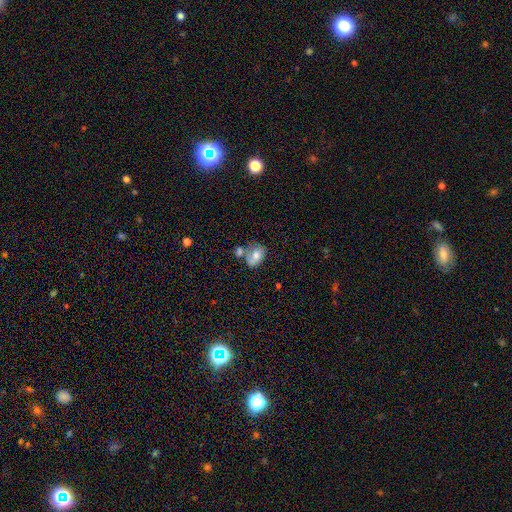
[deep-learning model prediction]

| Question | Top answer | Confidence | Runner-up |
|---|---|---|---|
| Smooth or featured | smooth | 63% | featured or disk (29%) |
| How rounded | in between | 76% | round (22%) |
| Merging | merger | 36% | none (33%) |